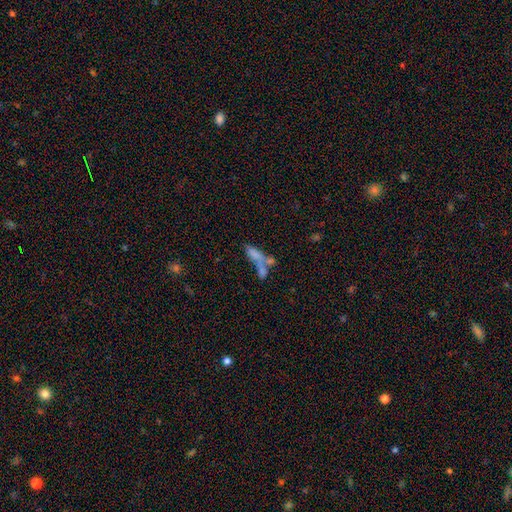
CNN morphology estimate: Q: Smooth or featured?
A: smooth (60%); runner-up: featured or disk (27%)
Q: How rounded?
A: in between (53%); runner-up: cigar-shaped (42%)
Q: Merging?
A: merger (55%); runner-up: none (23%)